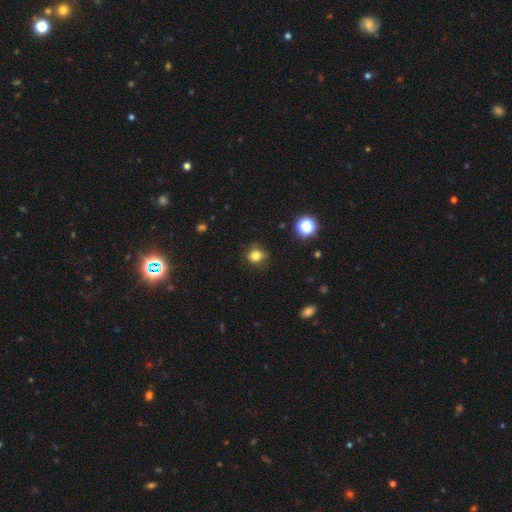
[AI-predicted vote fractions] This is clearly a smooth galaxy (81%). How rounded: likely round (69%). Merging: clearly none (82%).